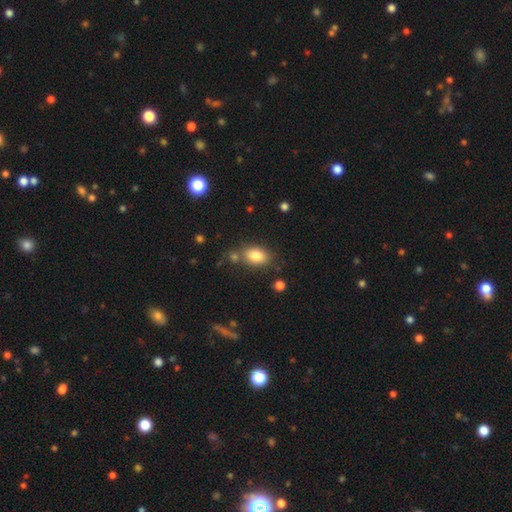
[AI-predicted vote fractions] A smooth galaxy with no disk features (83%) that is in between round and cigar-shaped (84%). Merging: none (71%).